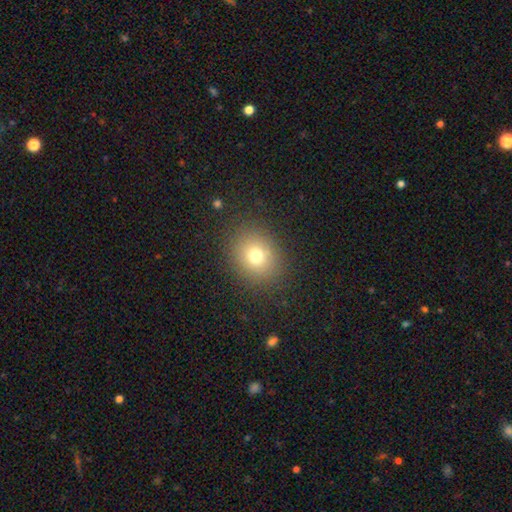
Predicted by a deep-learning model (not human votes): Overall: smooth (73%). How rounded: round (66%; in between 33%). Merging: none (86%).